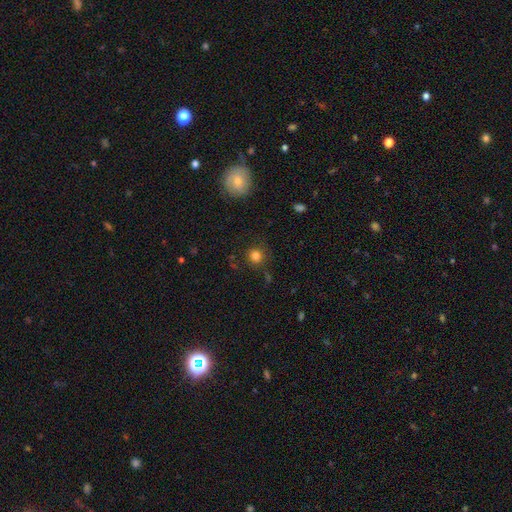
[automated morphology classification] Smooth or featured? smooth (80%)
How rounded? round (91%)
Merging? none (84%)